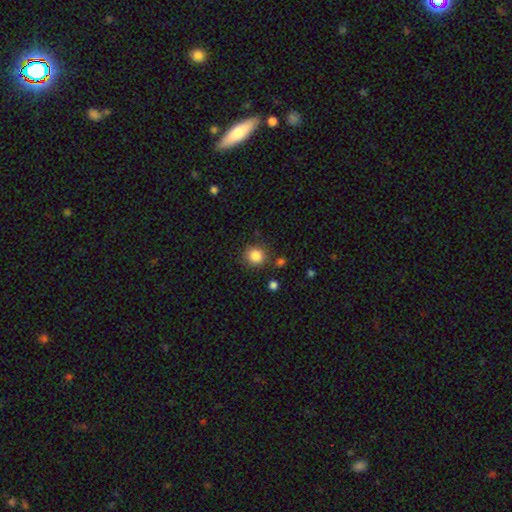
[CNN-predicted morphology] A smooth galaxy with no disk features (85%) that is round (85%). Merging: none (83%).